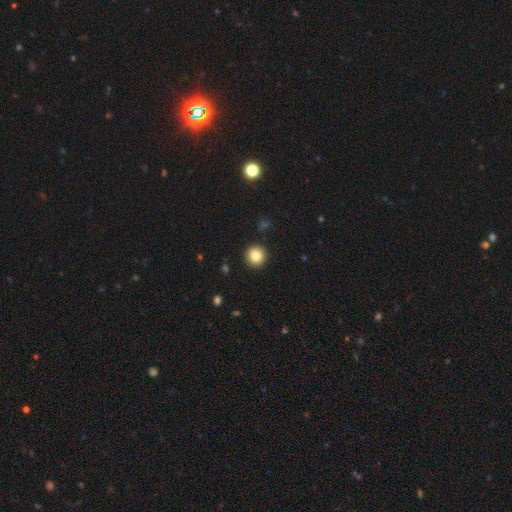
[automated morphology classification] Smooth or featured: smooth — 83% (star or artifact — 10%)
How rounded: round — 95% (in between — 4%)
Merging: none — 92% (minor disturbance — 5%)